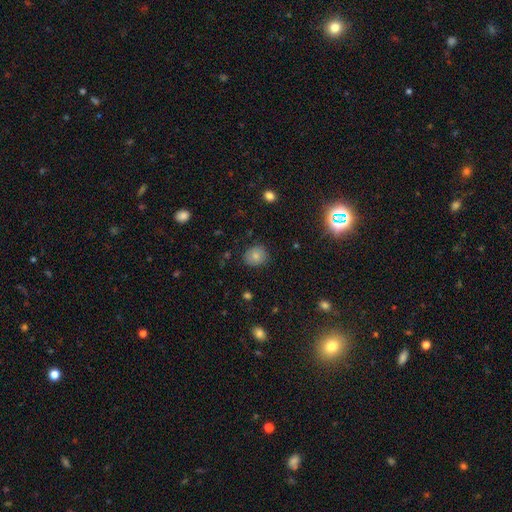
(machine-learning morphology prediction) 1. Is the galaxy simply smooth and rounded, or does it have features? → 79% smooth, 12% star or artifact, 10% featured or disk.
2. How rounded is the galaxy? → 73% round, 26% in between, 1% cigar-shaped.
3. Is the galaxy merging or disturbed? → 84% none, 12% minor disturbance, 3% major disturbance, 1% merger.